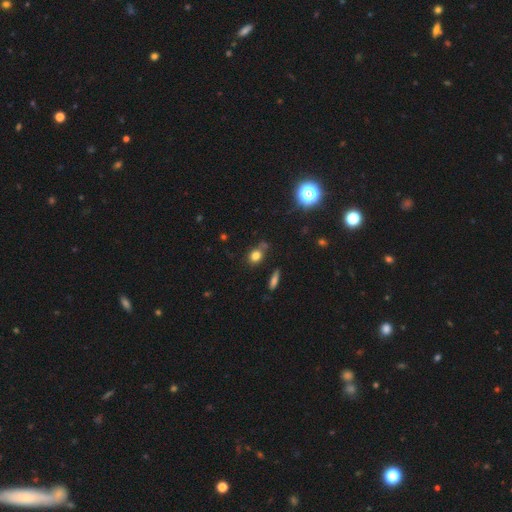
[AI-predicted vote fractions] smooth_or_featured: smooth (p=0.77) [alt: star or artifact p=0.14]
how_rounded: round (p=0.49) [alt: in between p=0.47]
merging: none (p=0.62) [alt: minor disturbance p=0.23]